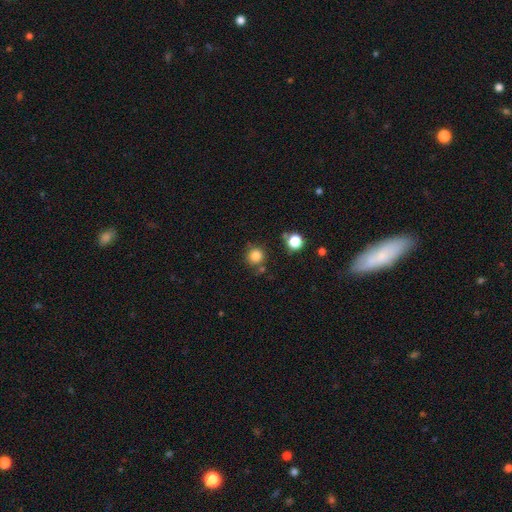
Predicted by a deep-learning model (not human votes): Smooth or featured? Predicted: smooth (p=0.82). How rounded? Predicted: round (p=0.93). Merging? Predicted: none (p=0.79).